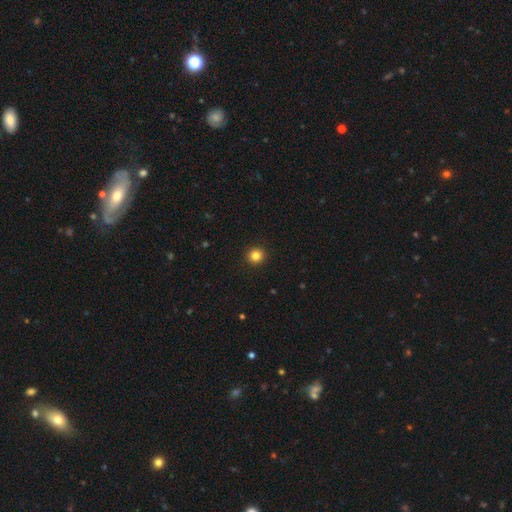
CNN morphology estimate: A smooth galaxy with no disk features (84%) that is round (95%). Merging: none (94%).